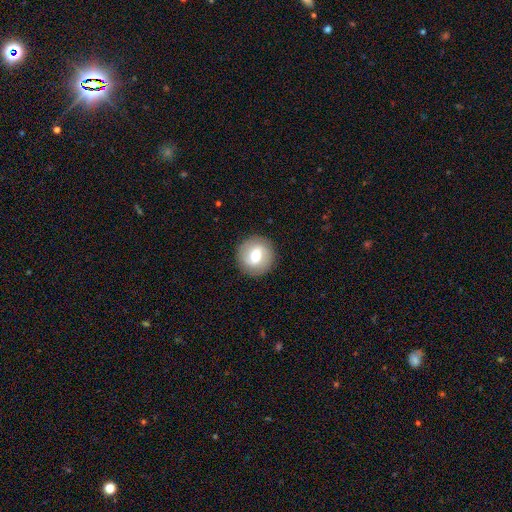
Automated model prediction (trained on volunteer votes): A smooth galaxy with no disk features (60%) that is round (92%). Merging: none (90%).